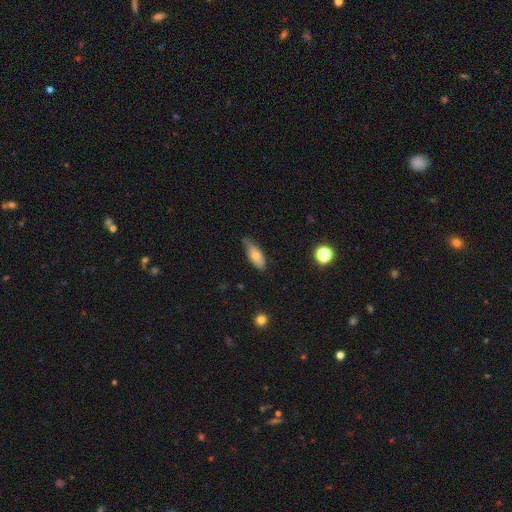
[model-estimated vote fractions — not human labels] Smooth or featured? Predicted: smooth (p=0.64). How rounded? Predicted: in between (p=0.77). Merging? Predicted: none (p=0.57).